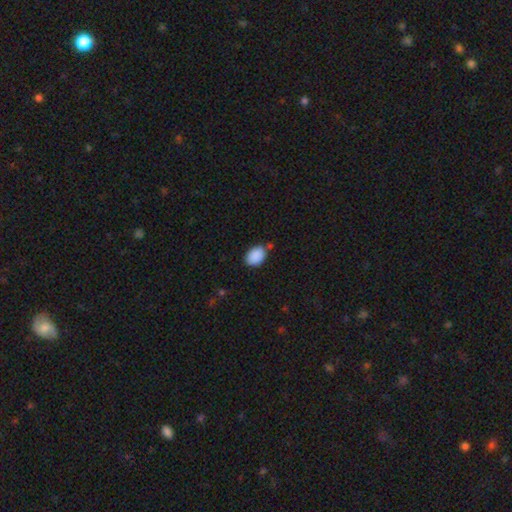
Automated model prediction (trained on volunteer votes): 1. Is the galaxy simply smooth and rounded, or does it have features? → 90% smooth, 7% star or artifact, 3% featured or disk.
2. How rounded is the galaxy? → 80% in between, 19% round, 1% cigar-shaped.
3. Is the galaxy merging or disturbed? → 75% none, 17% minor disturbance, 5% merger, 4% major disturbance.